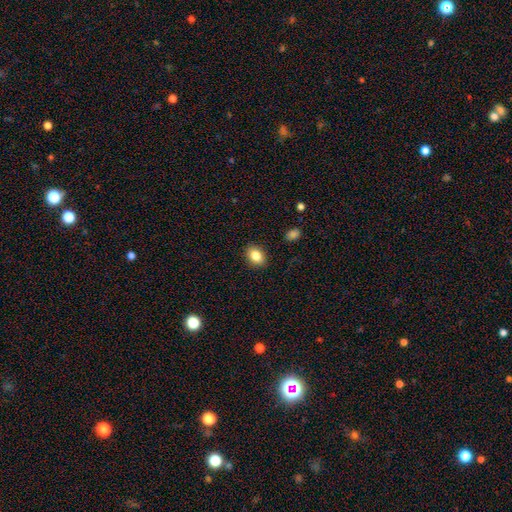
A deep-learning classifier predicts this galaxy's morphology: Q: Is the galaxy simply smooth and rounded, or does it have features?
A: smooth — 85%.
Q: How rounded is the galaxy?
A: in between — 71%.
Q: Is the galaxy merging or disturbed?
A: none — 89%.